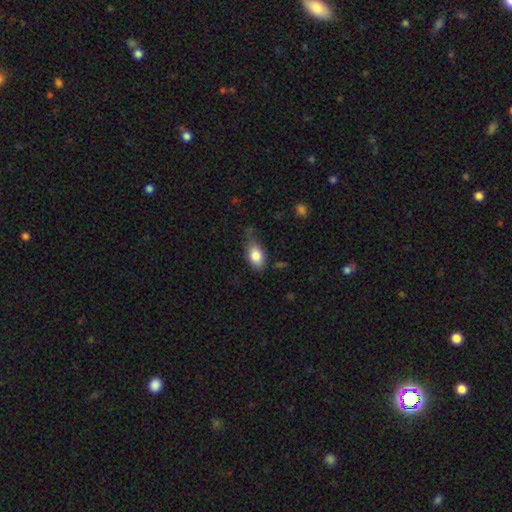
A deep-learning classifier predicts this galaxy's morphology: A smooth galaxy with no disk features (82%) that is in between round and cigar-shaped (87%). Merging: none (50%).